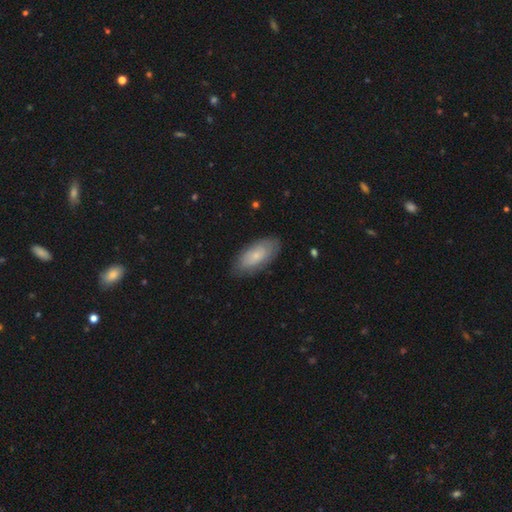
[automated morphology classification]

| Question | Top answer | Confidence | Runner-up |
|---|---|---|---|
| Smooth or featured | smooth | 65% | featured or disk (29%) |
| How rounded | in between | 89% | cigar-shaped (8%) |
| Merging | none | 79% | minor disturbance (16%) |